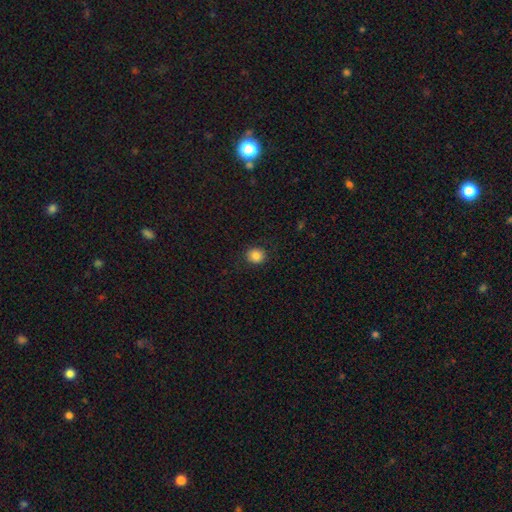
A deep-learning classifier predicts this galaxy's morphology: Overall: smooth (85%). How rounded: round (83%). Merging: none (87%).